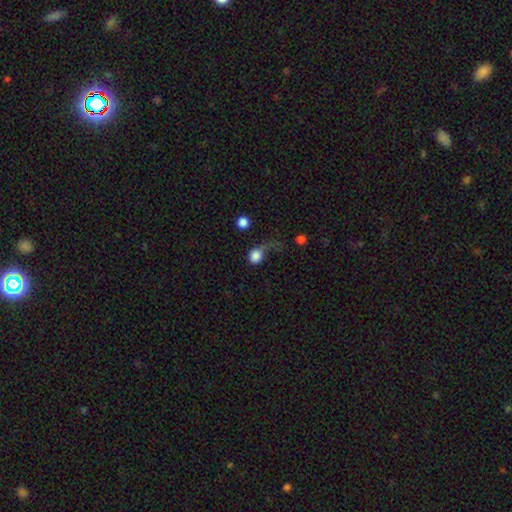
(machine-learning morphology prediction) Smooth or featured: smooth — 80% (featured or disk — 11%)
How rounded: round — 80% (in between — 18%)
Merging: major disturbance — 44% (none — 28%)